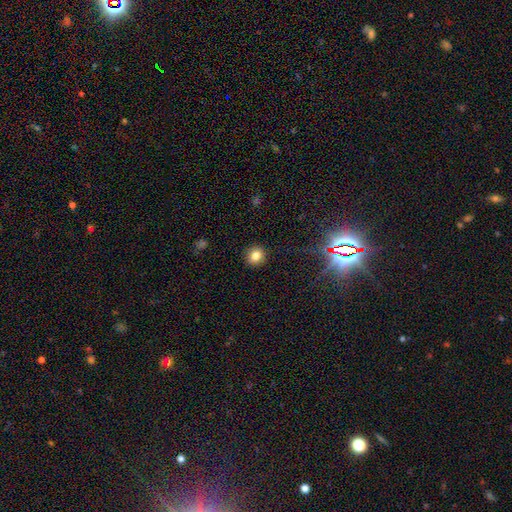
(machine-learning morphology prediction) smooth_or_featured: smooth (p=0.80) [alt: star or artifact p=0.13]
how_rounded: round (p=0.86) [alt: in between p=0.13]
merging: none (p=0.91) [alt: minor disturbance p=0.06]